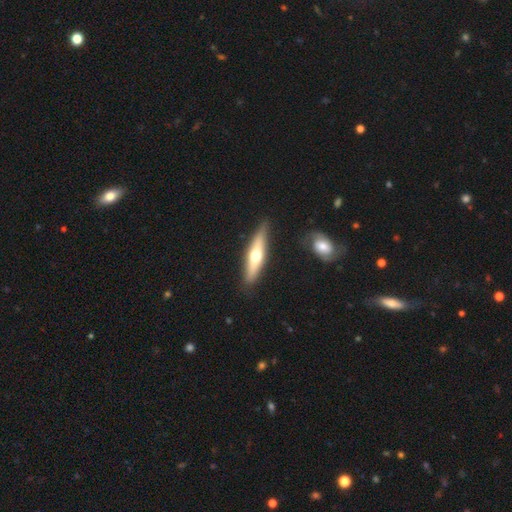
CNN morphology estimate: smooth_or_featured: featured or disk (p=0.50) [alt: smooth p=0.45]
disk_edge_on: yes (p=0.88) [alt: no p=0.12]
merging: none (p=0.83) [alt: minor disturbance p=0.12]